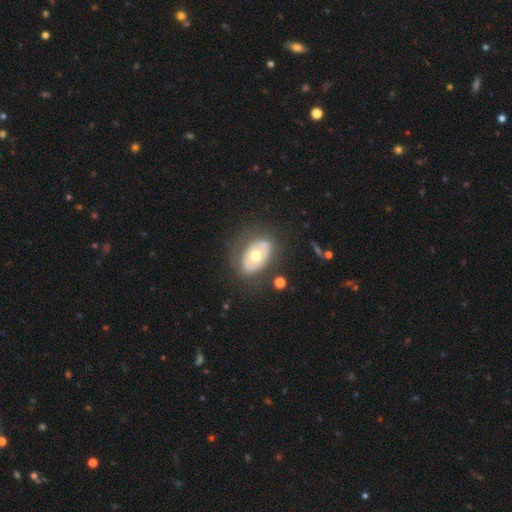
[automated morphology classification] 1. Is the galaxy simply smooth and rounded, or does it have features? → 52% featured or disk, 42% smooth, 6% star or artifact.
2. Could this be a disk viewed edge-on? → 91% no, 9% yes.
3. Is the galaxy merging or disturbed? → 76% none, 15% minor disturbance, 7% major disturbance, 2% merger.